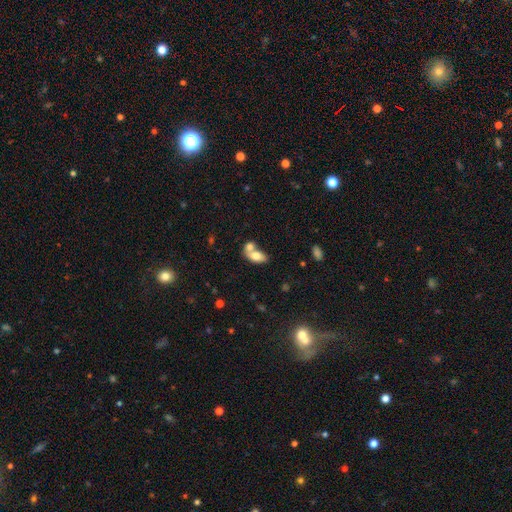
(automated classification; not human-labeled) Smooth or featured? smooth (73%)
How rounded? in between (87%)
Merging? merger (64%)